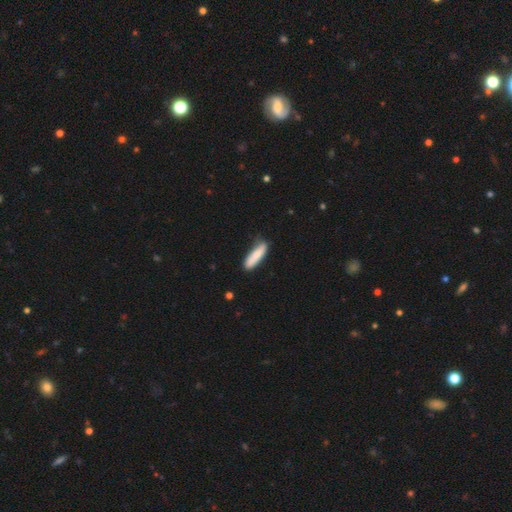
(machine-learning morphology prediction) type=smooth (81%); roundness=cigar-shaped (69%); merging=none (69%).